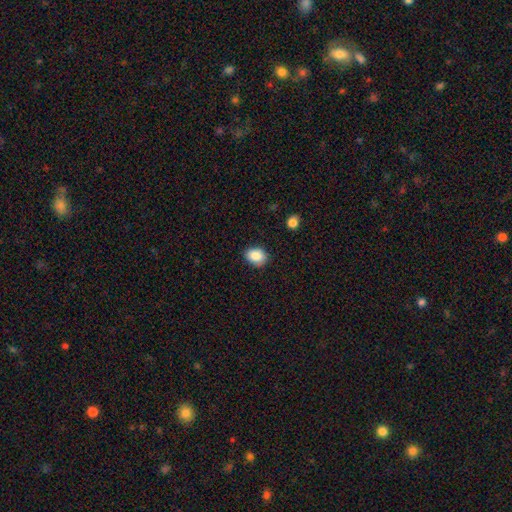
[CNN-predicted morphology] Smooth or featured?
  - smooth: 87% *
  - star or artifact: 8%
  - featured or disk: 5%
How rounded?
  - in between: 66% *
  - round: 33%
  - cigar-shaped: 1%
Merging?
  - none: 82% *
  - minor disturbance: 14%
  - major disturbance: 3%
  - merger: 1%